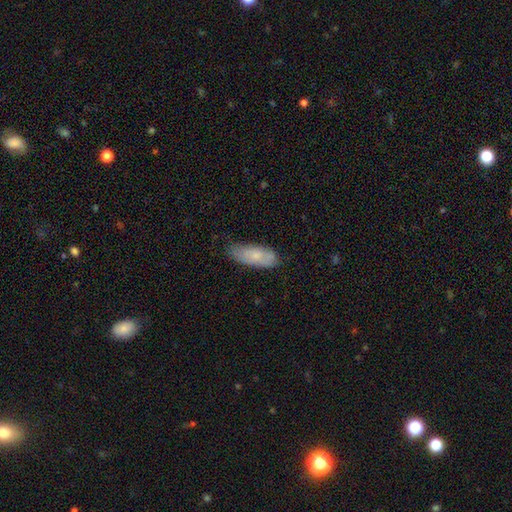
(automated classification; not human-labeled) smooth-or-featured: smooth: 73% | featured or disk: 21% | star or artifact: 6%
  how-rounded: in between: 76% | cigar-shaped: 22% | round: 2%
  merging: none: 64% | minor disturbance: 29% | major disturbance: 5% | merger: 2%